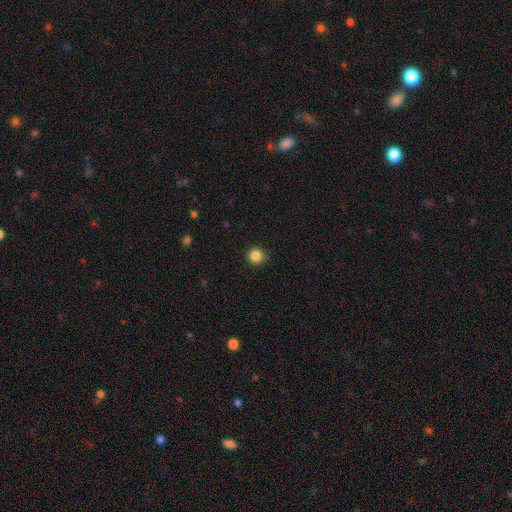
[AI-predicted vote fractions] Smooth or featured? smooth (86%)
How rounded? round (94%)
Merging? none (90%)